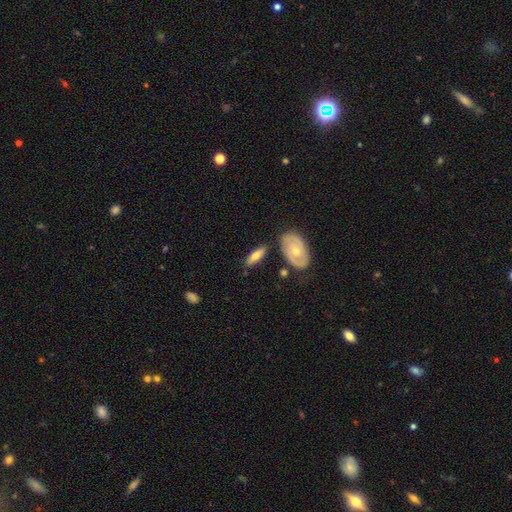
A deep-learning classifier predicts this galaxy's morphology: Overall: smooth (54%; featured or disk 40%). How rounded: in between (60%; cigar-shaped 36%). Merging: none (76%).